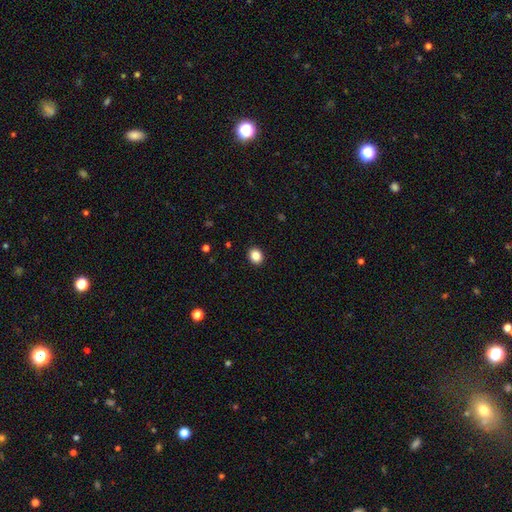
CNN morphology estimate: Smooth or featured: smooth — 86% (star or artifact — 10%)
How rounded: round — 69% (in between — 30%)
Merging: none — 92% (minor disturbance — 5%)